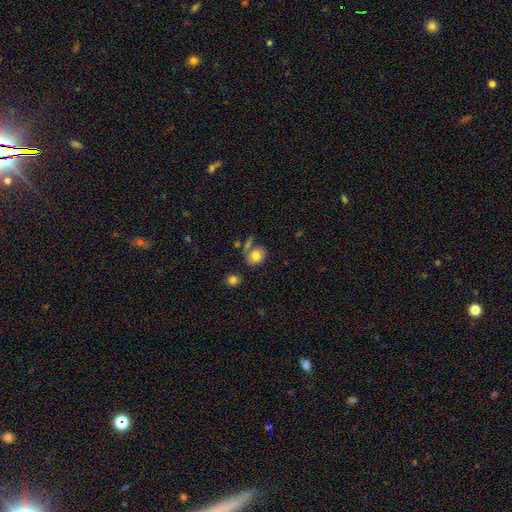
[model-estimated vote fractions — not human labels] This is likely a smooth galaxy (77%). How rounded: likely round (65%). Merging: possibly none (56%).